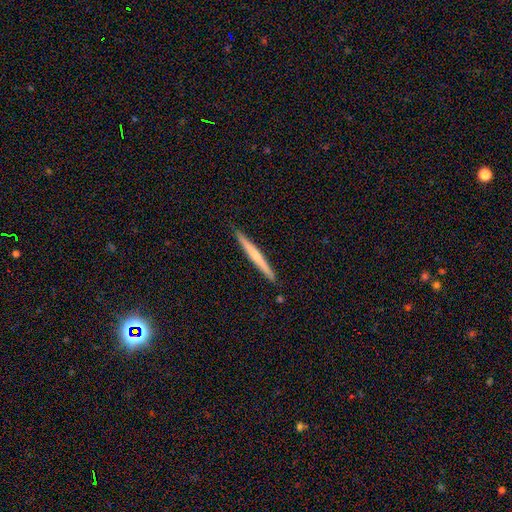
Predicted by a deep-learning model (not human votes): Q: Smooth or featured?
A: smooth (50%); runner-up: featured or disk (45%)
Q: Merging?
A: none (91%); runner-up: minor disturbance (7%)